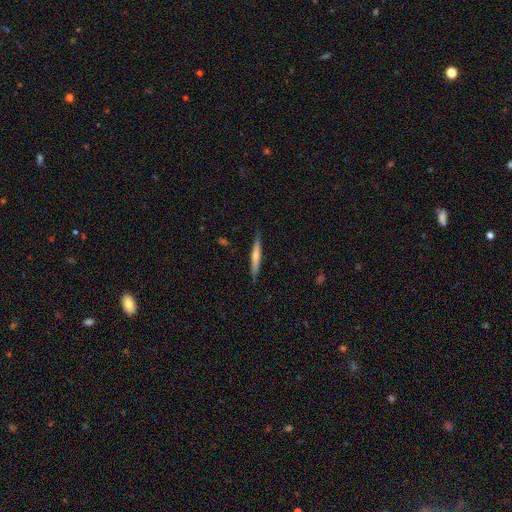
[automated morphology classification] Overall: smooth (52%; featured or disk 42%). How rounded: cigar-shaped (94%). Merging: none (87%).